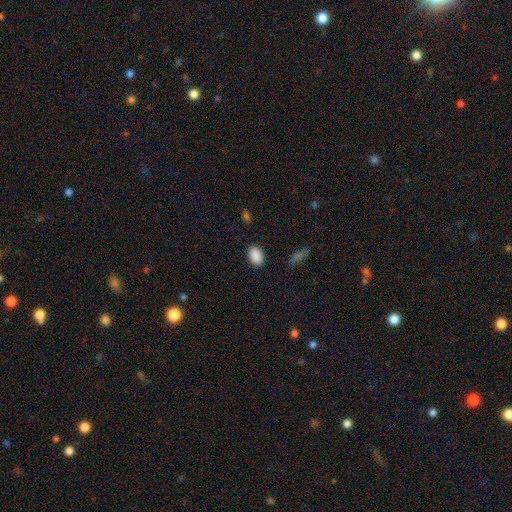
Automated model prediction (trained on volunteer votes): Smooth or featured? smooth (90%)
How rounded? in between (85%)
Merging? none (87%)